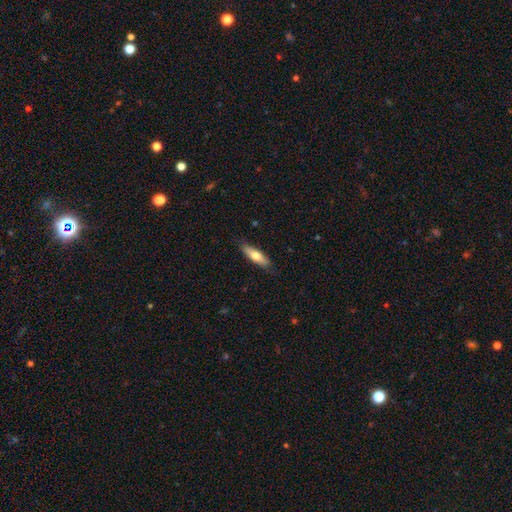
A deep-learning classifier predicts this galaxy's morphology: Smooth or featured? Predicted: smooth (p=0.69). How rounded? Predicted: cigar-shaped (p=0.50). Merging? Predicted: none (p=0.85).